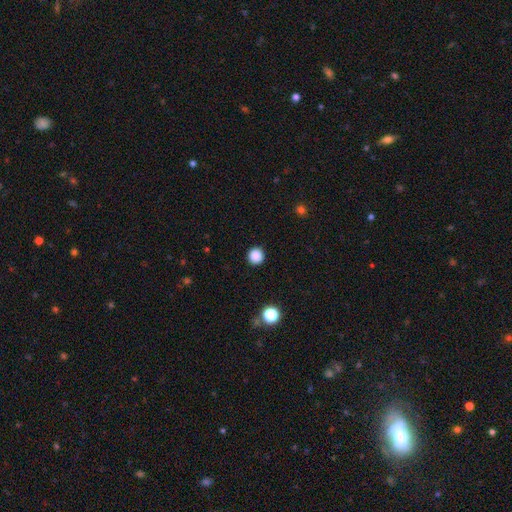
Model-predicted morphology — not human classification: A smooth galaxy with no disk features (87%) that is round (95%). Merging: none (93%).